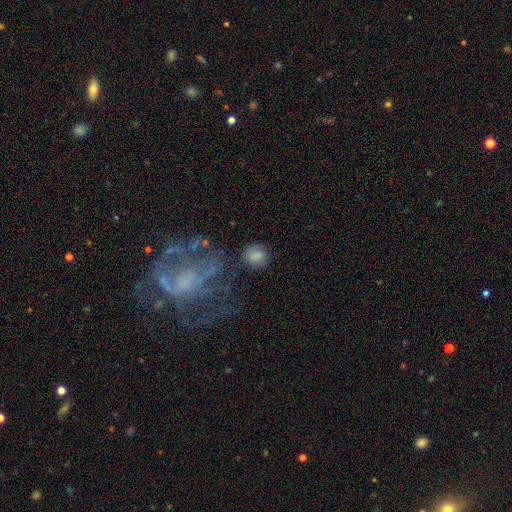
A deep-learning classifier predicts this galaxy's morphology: smooth 77%, featured or disk 12%, star or artifact 11%. Down the decision tree: how rounded — round (71%); merging — none (71%).